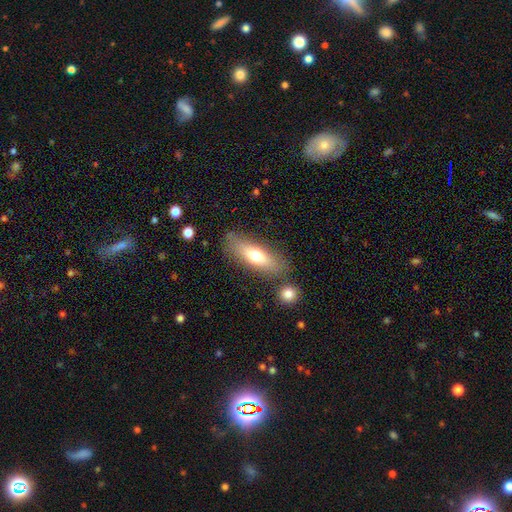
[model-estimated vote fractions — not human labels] Smooth or featured? Predicted: smooth (p=0.66). How rounded? Predicted: in between (p=0.54). Merging? Predicted: none (p=0.77).